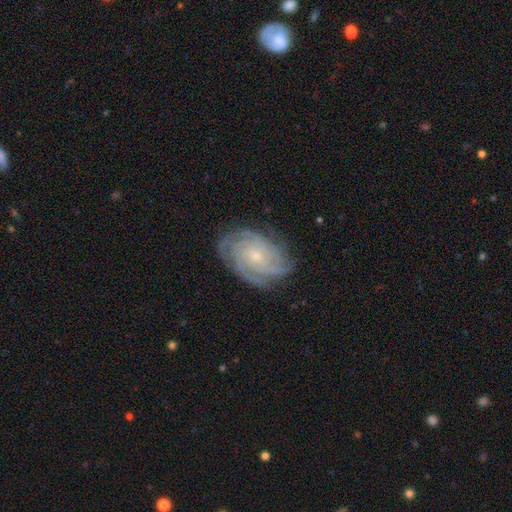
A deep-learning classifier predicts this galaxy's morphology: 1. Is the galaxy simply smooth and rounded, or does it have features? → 86% featured or disk, 7% smooth, 6% star or artifact.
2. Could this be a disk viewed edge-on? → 97% no, 3% yes.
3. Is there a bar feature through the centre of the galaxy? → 74% no, 21% weak, 5% strong.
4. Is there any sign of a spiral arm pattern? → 98% yes, 2% no.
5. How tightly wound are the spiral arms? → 75% tight, 21% medium, 3% loose.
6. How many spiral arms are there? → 31% 4, 21% can't tell, 19% 3, 12% more than 4, 10% 2, 7% 1.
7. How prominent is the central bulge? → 69% small, 27% moderate, 2% none, 1% large, 1% dominant.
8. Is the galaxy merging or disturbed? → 80% none, 15% minor disturbance, 4% major disturbance, 1% merger.